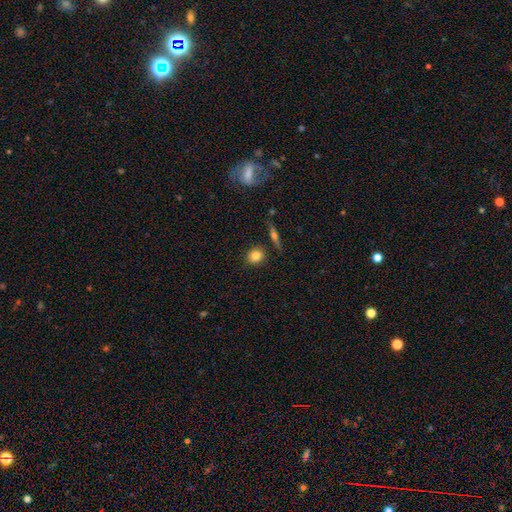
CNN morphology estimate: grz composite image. It shows a smooth galaxy with no disk features (81%) that is round (67%). Merging: none (84%).